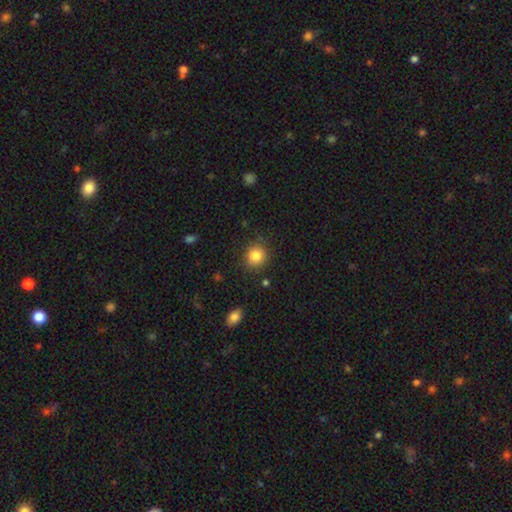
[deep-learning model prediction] Morphology: type=smooth (83%); roundness=round (87%); merging=none (84%).